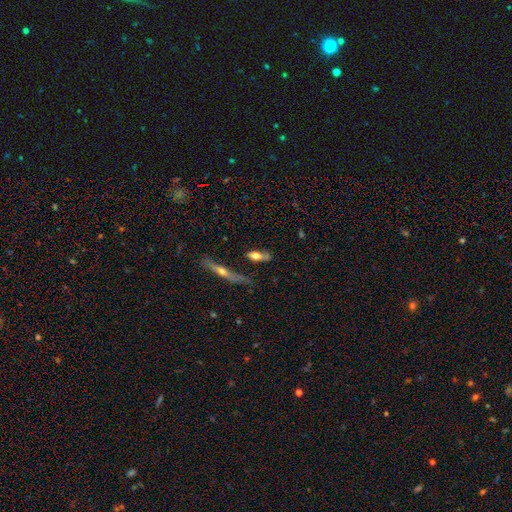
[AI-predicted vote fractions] Smooth or featured?
  - smooth: 60% *
  - featured or disk: 32%
  - star or artifact: 8%
How rounded?
  - in between: 60% *
  - cigar-shaped: 35%
  - round: 4%
Merging?
  - none: 59% *
  - minor disturbance: 24%
  - major disturbance: 9%
  - merger: 8%